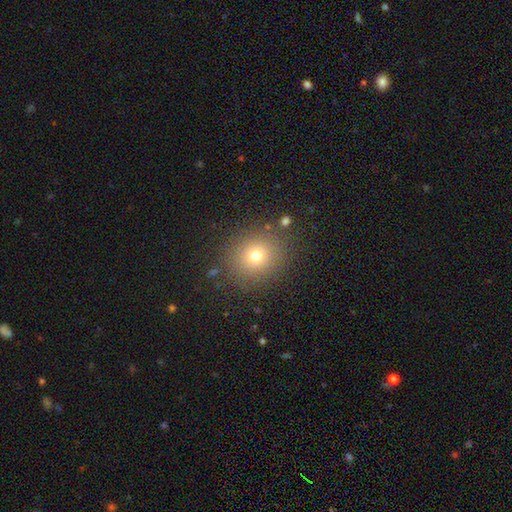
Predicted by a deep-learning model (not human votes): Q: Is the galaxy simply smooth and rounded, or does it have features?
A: smooth — 71%.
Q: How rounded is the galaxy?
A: round — 84%.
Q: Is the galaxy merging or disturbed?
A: none — 85%.